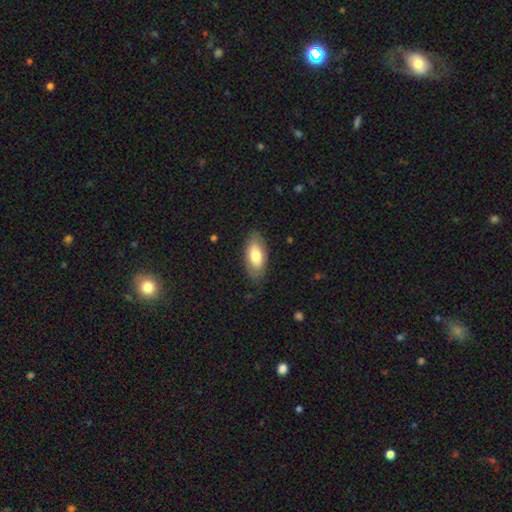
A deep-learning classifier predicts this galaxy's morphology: Smooth or featured? smooth (70%)
How rounded? in between (90%)
Merging? none (82%)